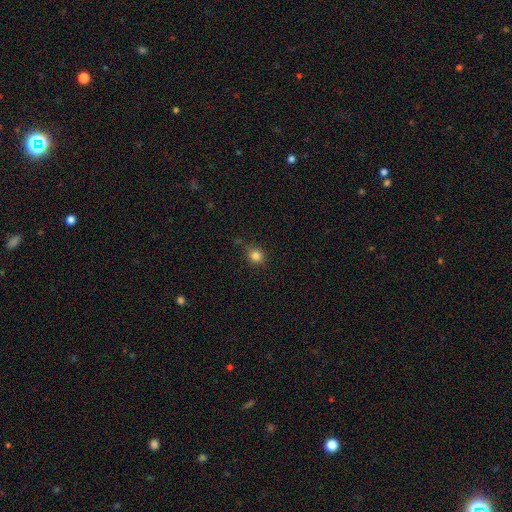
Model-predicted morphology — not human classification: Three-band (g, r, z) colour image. It shows a smooth galaxy with no disk features (83%) that is round (86%). Merging: none (79%).